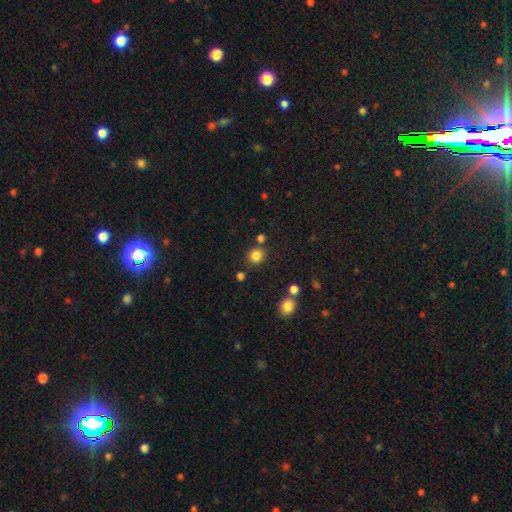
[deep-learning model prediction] This appears to be a smooth galaxy with no disk features (83%) that is round (86%). Merging: none (78%).